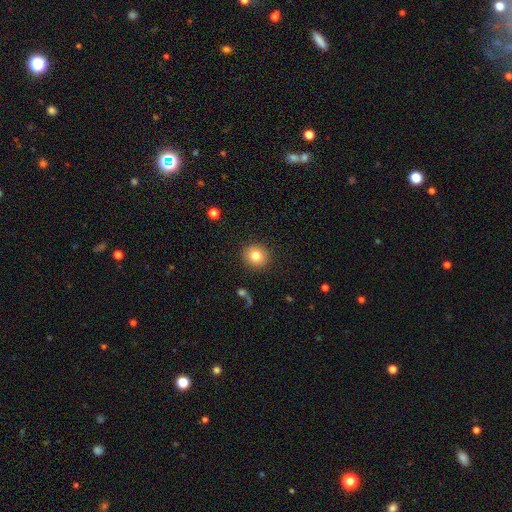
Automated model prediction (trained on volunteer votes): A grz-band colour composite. It shows a smooth galaxy with no disk features (82%) that is round (86%). Merging: none (90%).